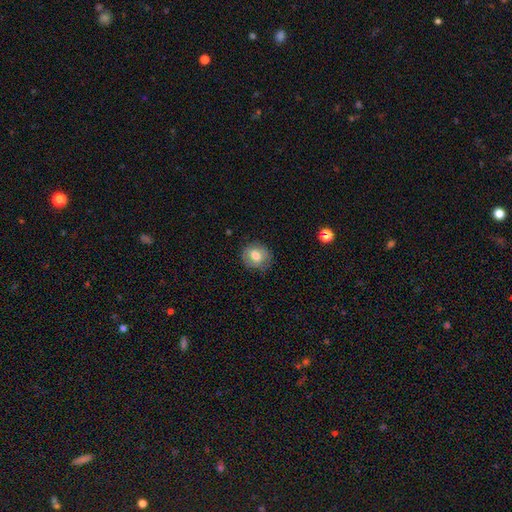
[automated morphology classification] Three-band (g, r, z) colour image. It shows a smooth galaxy with no disk features (69%) that is round (72%). Merging: none (78%).